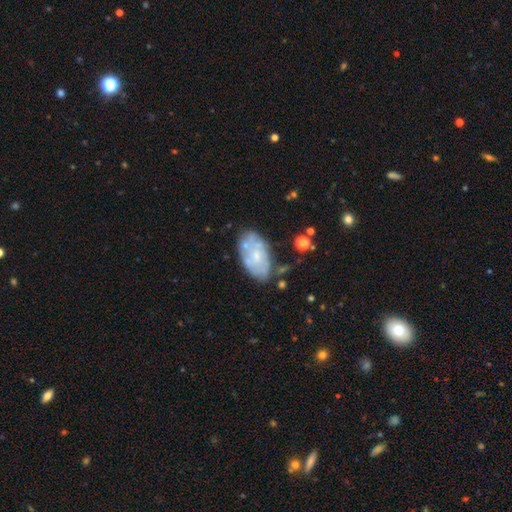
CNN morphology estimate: Smooth or featured? featured or disk (57%)
Edge-on disk? no (95%)
Bar? no (82%)
Spiral arms? no (57%)
Bulge size? small (62%)
Merging? none (58%)